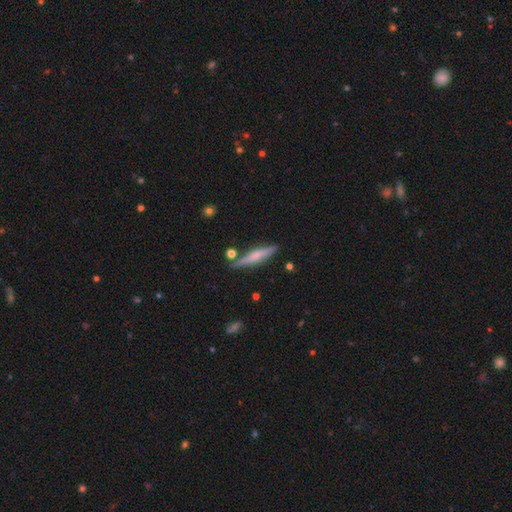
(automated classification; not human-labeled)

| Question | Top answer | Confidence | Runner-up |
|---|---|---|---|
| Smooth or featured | featured or disk | 50% | smooth (43%) |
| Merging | none | 82% | minor disturbance (11%) |